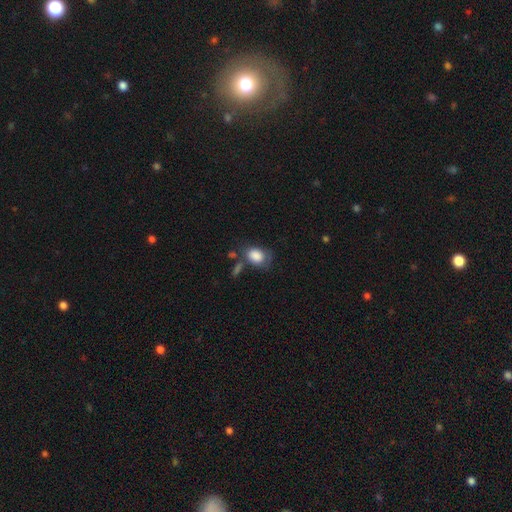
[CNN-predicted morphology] Q: Smooth or featured?
A: smooth (83%); runner-up: featured or disk (9%)
Q: How rounded?
A: in between (76%); runner-up: round (23%)
Q: Merging?
A: none (44%); runner-up: minor disturbance (26%)